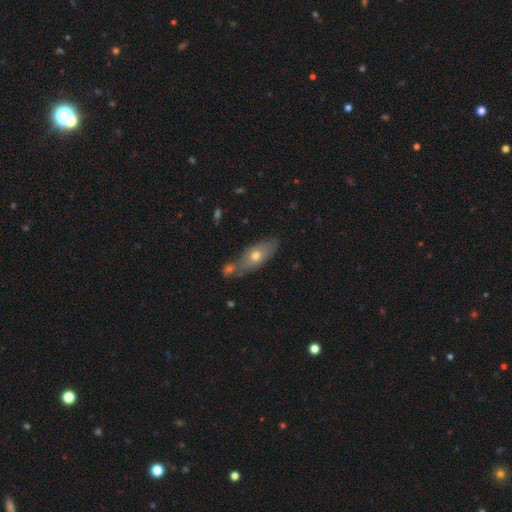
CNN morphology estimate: Overall: smooth (53%; featured or disk 38%). How rounded: in between (65%; cigar-shaped 29%). Merging: none (57%; merger 23%).